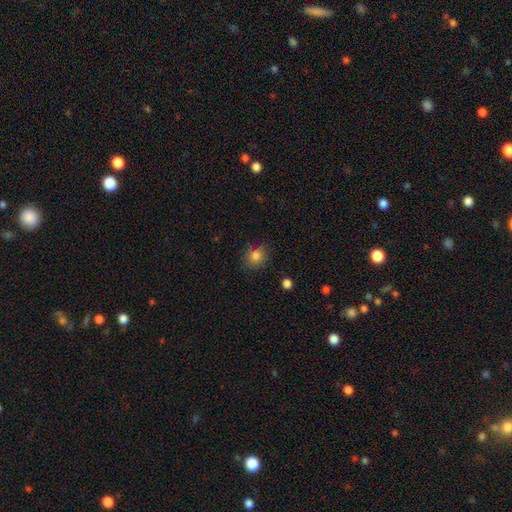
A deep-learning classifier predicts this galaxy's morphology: Q: Smooth or featured?
A: smooth (81%); runner-up: star or artifact (12%)
Q: How rounded?
A: round (78%); runner-up: in between (21%)
Q: Merging?
A: none (82%); runner-up: minor disturbance (13%)